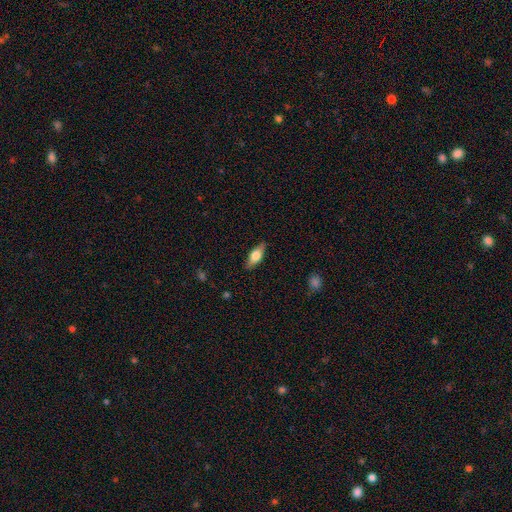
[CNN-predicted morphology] Smooth or featured?
  - smooth: 62% *
  - featured or disk: 31%
  - star or artifact: 6%
How rounded?
  - in between: 72% *
  - cigar-shaped: 25%
  - round: 3%
Merging?
  - none: 86% *
  - minor disturbance: 11%
  - major disturbance: 2%
  - merger: 1%